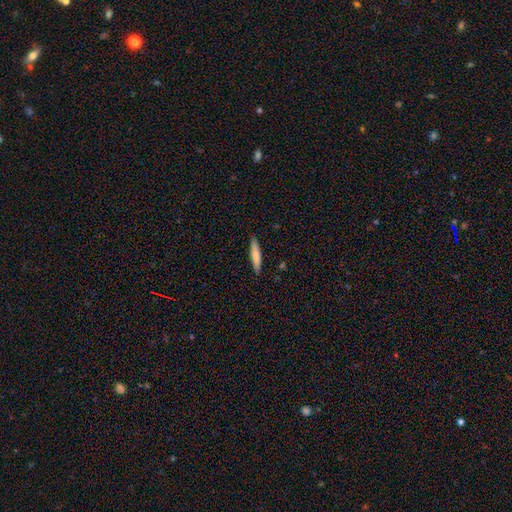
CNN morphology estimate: This is likely a smooth galaxy (73%). How rounded: clearly cigar-shaped (89%). Merging: clearly none (89%).